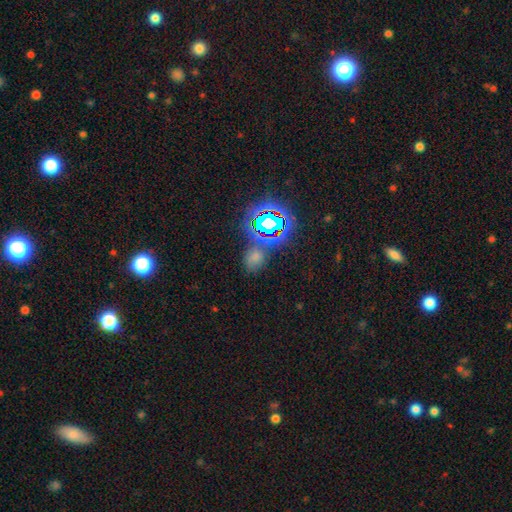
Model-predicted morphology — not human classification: A smooth galaxy with no disk features (52%) that is in between round and cigar-shaped (55%). Merging: none (68%).